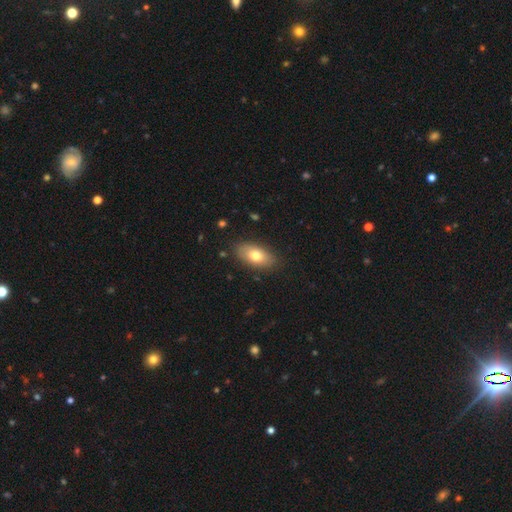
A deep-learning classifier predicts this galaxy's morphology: Smooth or featured?
  - smooth: 74% *
  - featured or disk: 19%
  - star or artifact: 7%
How rounded?
  - in between: 90% *
  - round: 5%
  - cigar-shaped: 5%
Merging?
  - none: 84% *
  - minor disturbance: 12%
  - major disturbance: 3%
  - merger: 1%